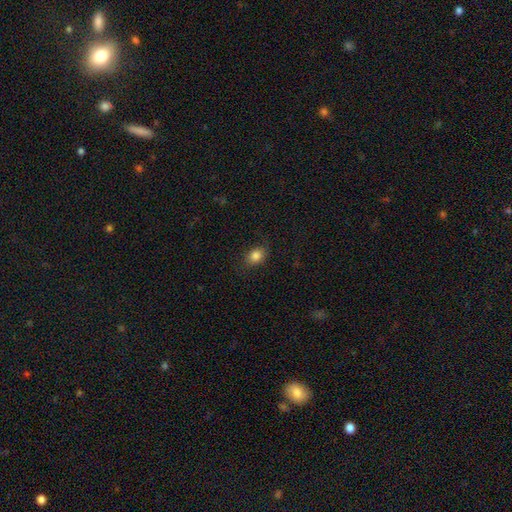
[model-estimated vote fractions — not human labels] This appears to be a smooth galaxy with no disk features (84%) that is in between round and cigar-shaped (63%). Merging: none (83%).